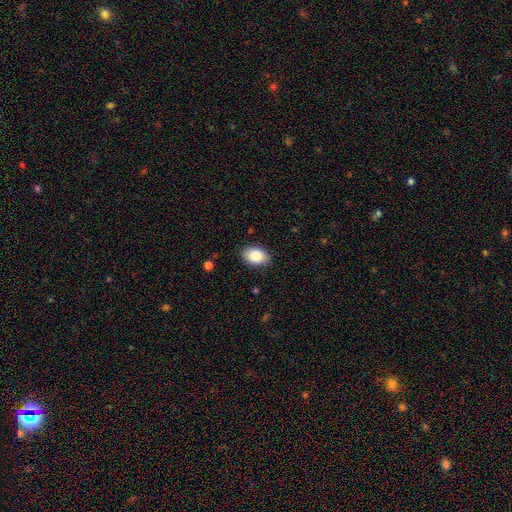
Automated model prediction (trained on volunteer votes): smooth_or_featured: smooth (p=0.87) [alt: star or artifact p=0.07]
how_rounded: in between (p=0.85) [alt: round p=0.14]
merging: none (p=0.85) [alt: minor disturbance p=0.11]